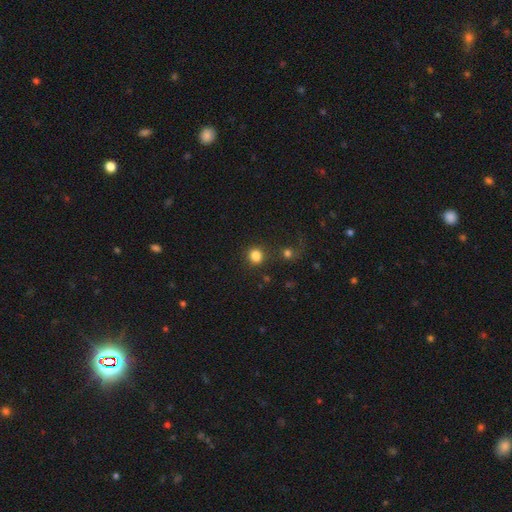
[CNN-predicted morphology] This is clearly a smooth galaxy (83%). How rounded: clearly round (88%). Merging: clearly none (81%).